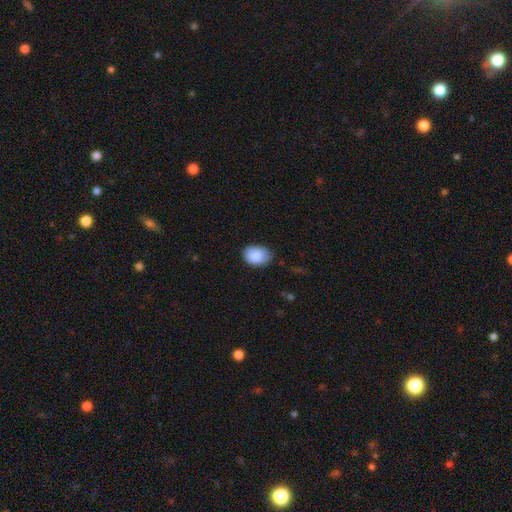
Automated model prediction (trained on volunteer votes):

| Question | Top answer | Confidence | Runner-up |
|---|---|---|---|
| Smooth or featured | smooth | 88% | star or artifact (7%) |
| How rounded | in between | 74% | round (26%) |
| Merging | none | 69% | minor disturbance (26%) |